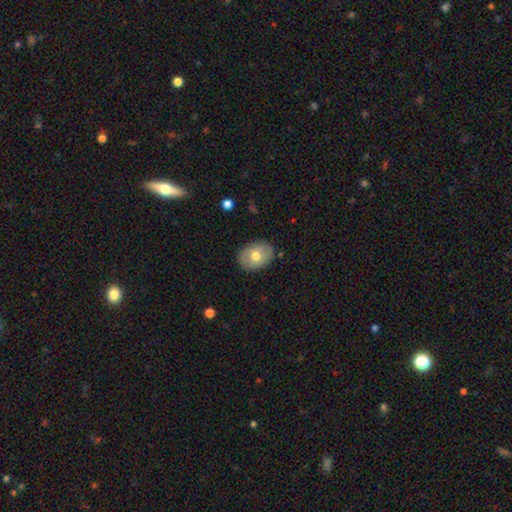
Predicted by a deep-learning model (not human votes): Smooth or featured: smooth — 69% (featured or disk — 24%)
How rounded: in between — 71% (round — 28%)
Merging: none — 87% (minor disturbance — 10%)